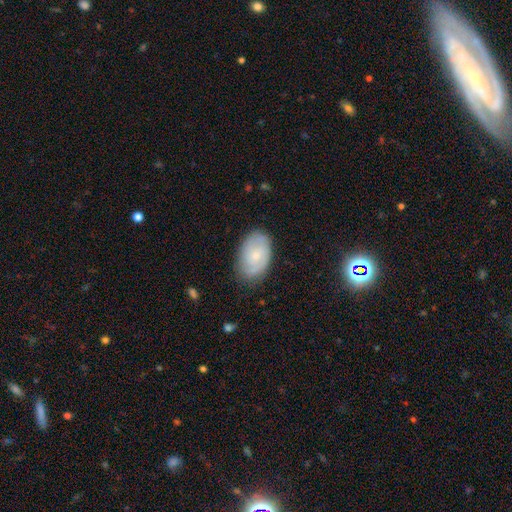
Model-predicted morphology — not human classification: This is possibly a featured or disk galaxy (47%). Merging: likely none (79%).